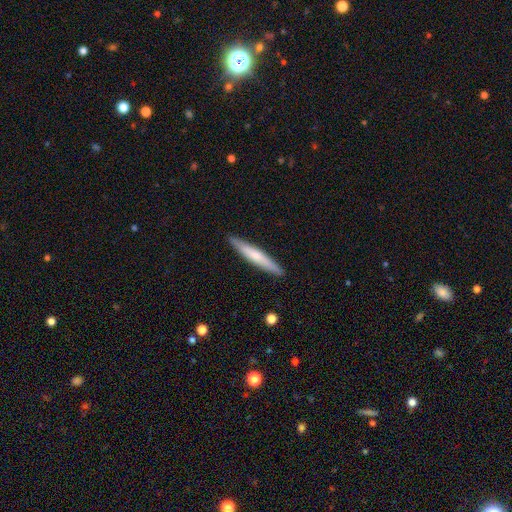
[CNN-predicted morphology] Smooth or featured: smooth — 56% (featured or disk — 39%)
How rounded: cigar-shaped — 94% (in between — 4%)
Merging: none — 91% (minor disturbance — 7%)